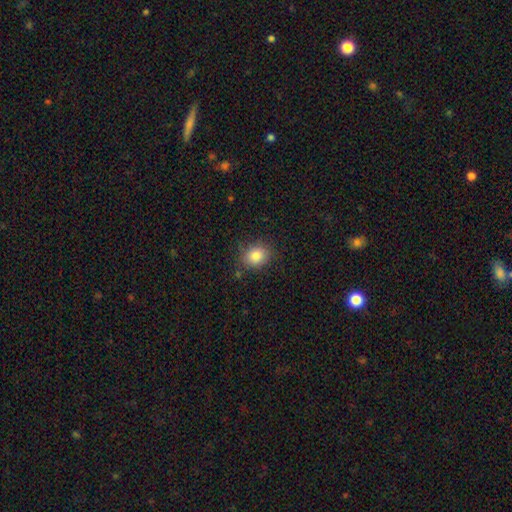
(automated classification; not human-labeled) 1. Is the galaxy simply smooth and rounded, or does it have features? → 84% smooth, 10% star or artifact, 6% featured or disk.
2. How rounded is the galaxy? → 56% round, 44% in between, 1% cigar-shaped.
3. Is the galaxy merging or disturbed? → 81% none, 13% minor disturbance, 3% major disturbance, 2% merger.